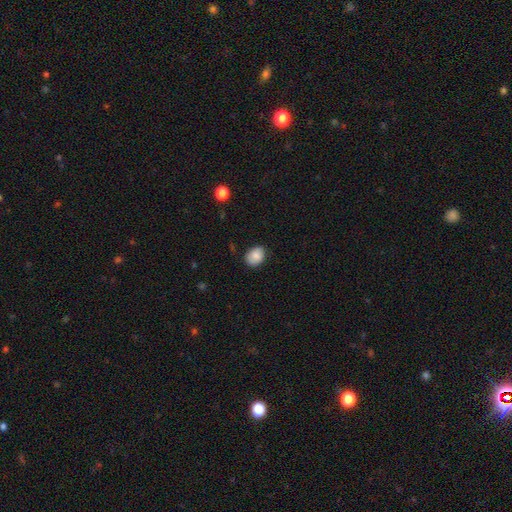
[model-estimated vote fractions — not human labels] This appears to be a smooth galaxy with no disk features (86%) that is in between round and cigar-shaped (63%). Merging: none (77%).